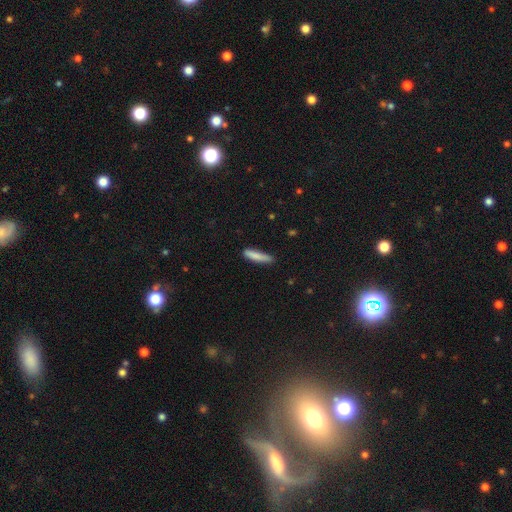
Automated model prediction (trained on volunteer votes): Morphology: type=smooth (82%); roundness=cigar-shaped (86%); merging=none (79%).